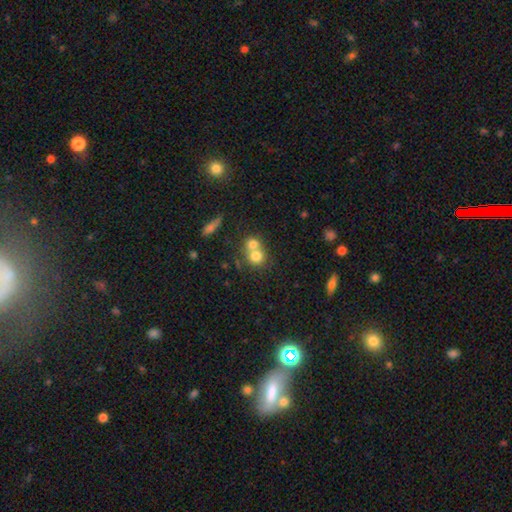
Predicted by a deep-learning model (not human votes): Smooth or featured?
  - smooth: 74% *
  - featured or disk: 15%
  - star or artifact: 10%
How rounded?
  - round: 80% *
  - in between: 19%
  - cigar-shaped: 1%
Merging?
  - merger: 60% *
  - none: 31%
  - minor disturbance: 6%
  - major disturbance: 3%